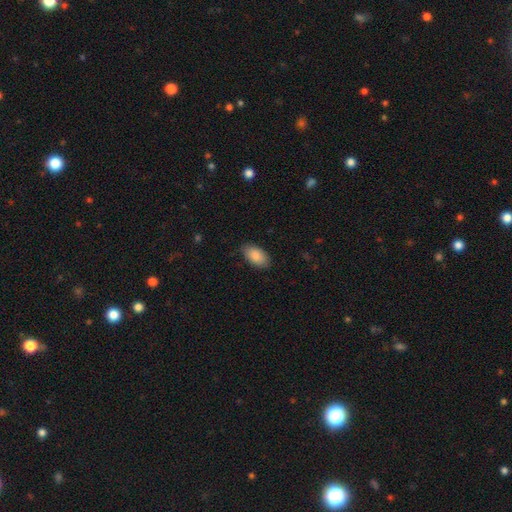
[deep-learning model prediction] The model was most divided on "merging": none: 83%, minor disturbance: 14%, major disturbance: 3%, merger: 1%. More confident: how rounded — in between (94%); smooth or featured — smooth (88%).